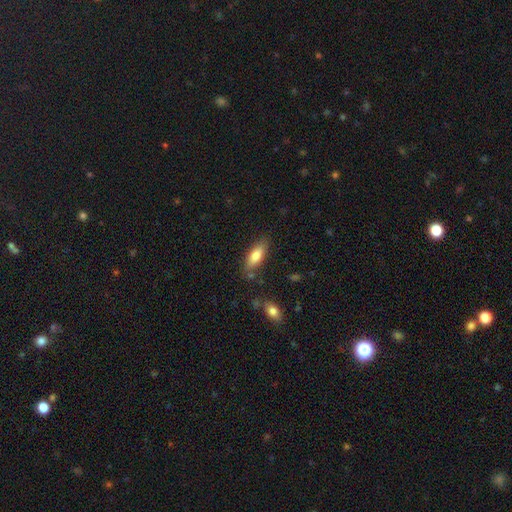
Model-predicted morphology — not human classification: smooth 79%, featured or disk 15%, star or artifact 6%. Down the decision tree: how rounded — in between (70%); merging — none (77%).